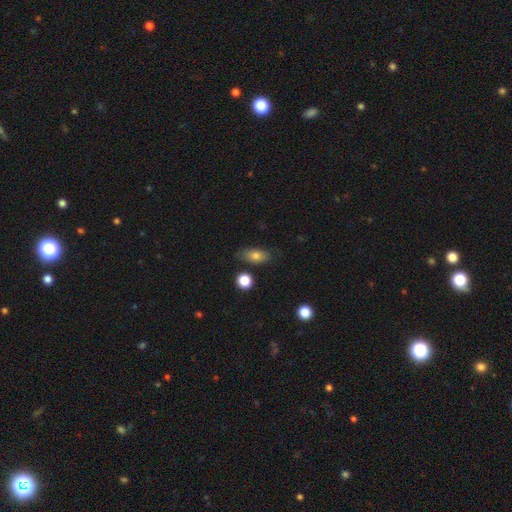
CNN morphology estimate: smooth_or_featured: smooth (p=0.77) [alt: featured or disk p=0.14]
how_rounded: in between (p=0.82) [alt: cigar-shaped p=0.10]
merging: none (p=0.75) [alt: minor disturbance p=0.17]